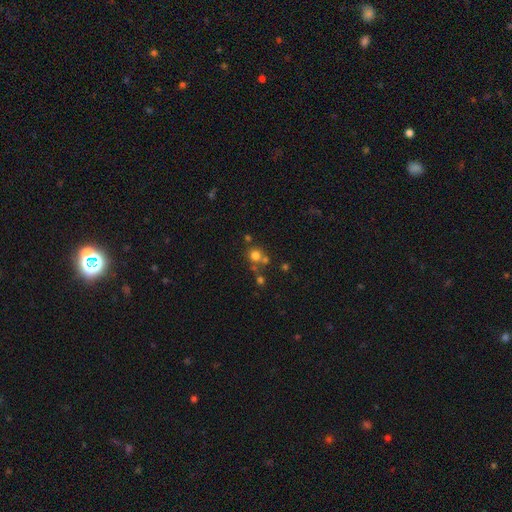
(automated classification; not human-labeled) A smooth galaxy with no disk features (71%) that is round (89%). Merging: none (59%).